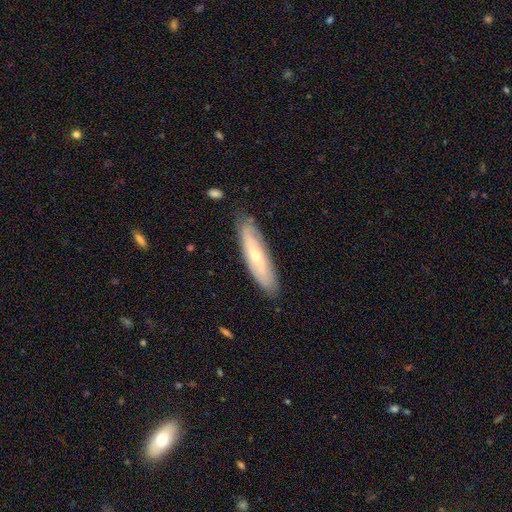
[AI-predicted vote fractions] This appears to be a featured or disk galaxy (57%). Merging: none (82%).